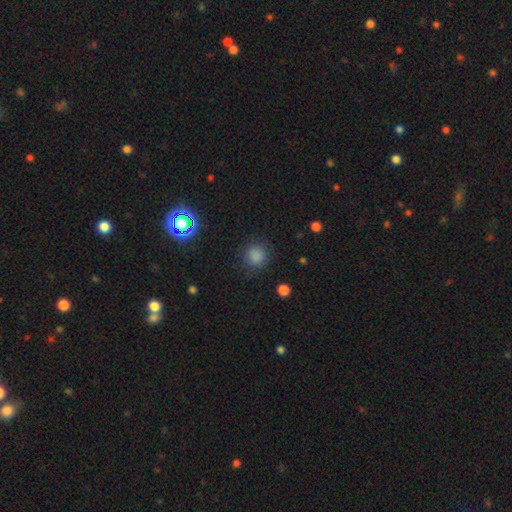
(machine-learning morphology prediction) smooth-or-featured: smooth: 83% | star or artifact: 14% | featured or disk: 4%
  how-rounded: round: 91% | in between: 8% | cigar-shaped: 1%
  merging: none: 87% | minor disturbance: 8% | major disturbance: 4% | merger: 1%